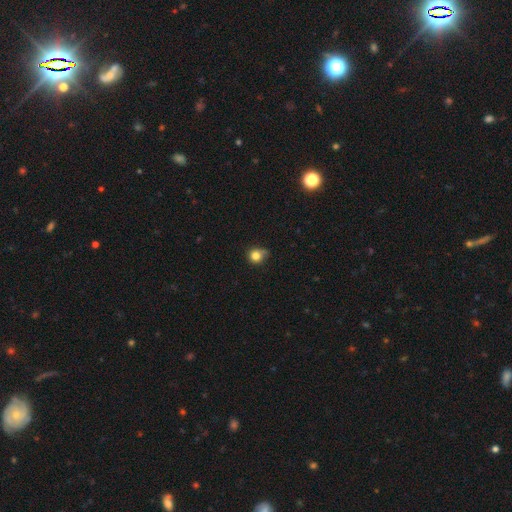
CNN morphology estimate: Q: Smooth or featured?
A: smooth (81%); runner-up: star or artifact (12%)
Q: How rounded?
A: round (84%); runner-up: in between (15%)
Q: Merging?
A: none (61%); runner-up: minor disturbance (29%)